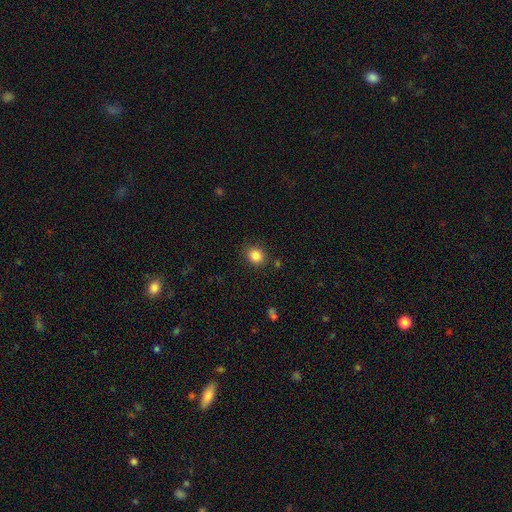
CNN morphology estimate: smooth-or-featured: smooth: 85% | star or artifact: 11% | featured or disk: 4%
  how-rounded: round: 72% | in between: 27% | cigar-shaped: 1%
  merging: none: 85% | minor disturbance: 10% | major disturbance: 3% | merger: 2%